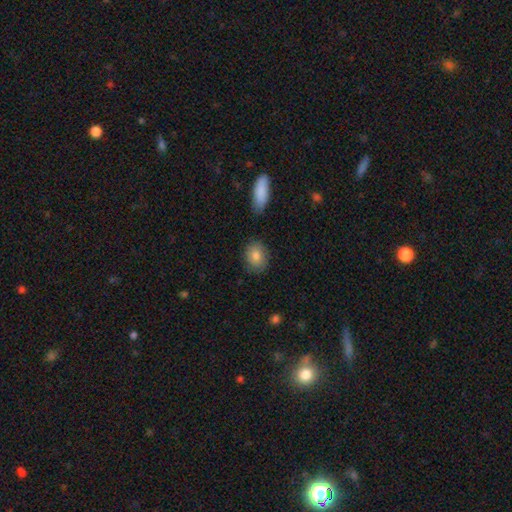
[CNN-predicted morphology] Q: Smooth or featured?
A: smooth (83%); runner-up: featured or disk (10%)
Q: How rounded?
A: in between (51%); runner-up: round (48%)
Q: Merging?
A: none (82%); runner-up: minor disturbance (13%)